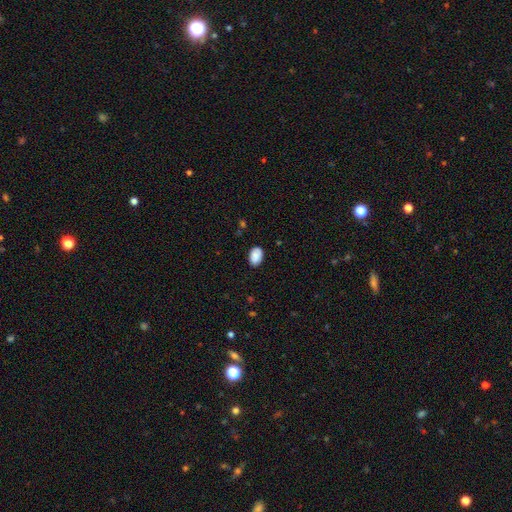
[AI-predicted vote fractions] smooth_or_featured: smooth (p=0.88) [alt: star or artifact p=0.07]
how_rounded: in between (p=0.88) [alt: round p=0.11]
merging: none (p=0.83) [alt: minor disturbance p=0.13]